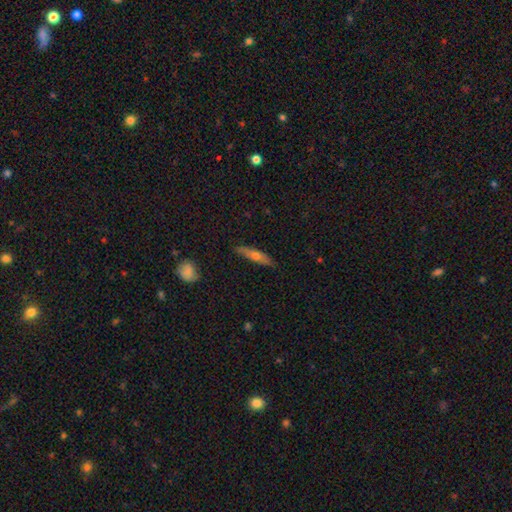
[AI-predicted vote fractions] Morphology: type=smooth (48%); merging=none (84%).